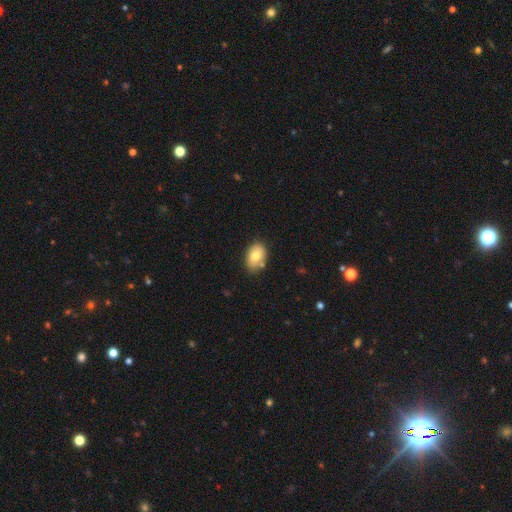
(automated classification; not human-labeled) A smooth galaxy with no disk features (78%) that is in between round and cigar-shaped (87%). Merging: none (75%).